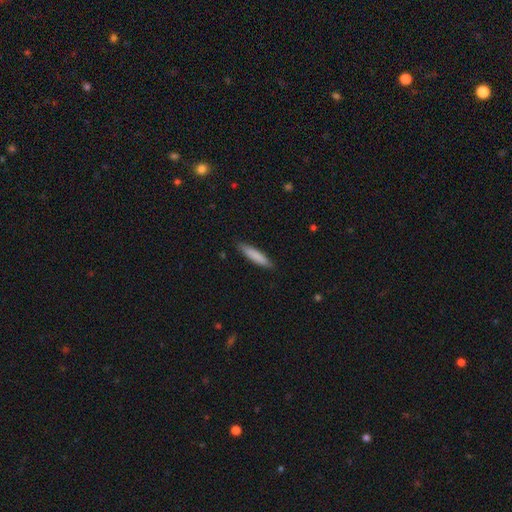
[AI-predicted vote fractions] Smooth or featured? Predicted: smooth (p=0.83). How rounded? Predicted: cigar-shaped (p=0.85). Merging? Predicted: none (p=0.87).